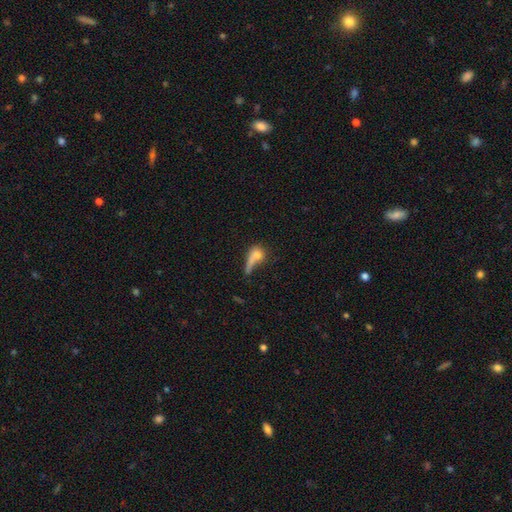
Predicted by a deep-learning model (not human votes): Q: Smooth or featured?
A: smooth (66%); runner-up: featured or disk (23%)
Q: How rounded?
A: round (49%); runner-up: in between (38%)
Q: Merging?
A: major disturbance (36%); runner-up: none (27%)